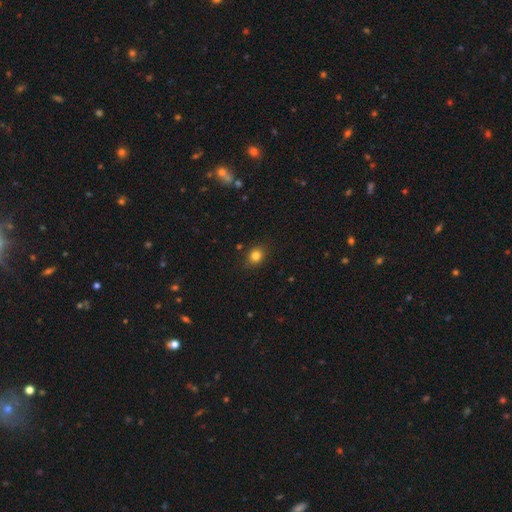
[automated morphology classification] A smooth galaxy with no disk features (82%) that is round (64%).

Vote fractions:
- Smooth or featured? smooth: 82% / star or artifact: 12% / featured or disk: 6%
- How rounded? round: 64% / in between: 35% / cigar-shaped: 1%
- Merging? none: 85% / minor disturbance: 11% / major disturbance: 3% / merger: 1%